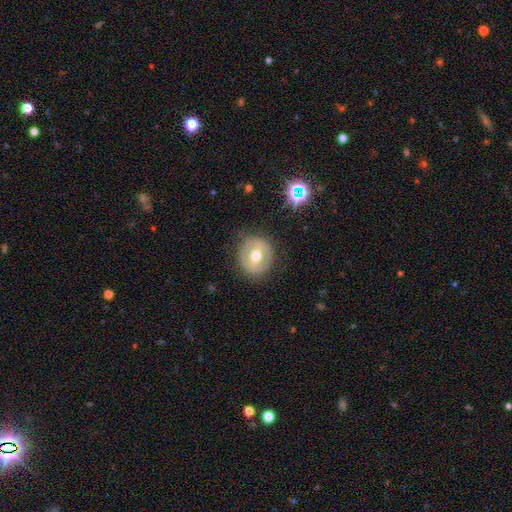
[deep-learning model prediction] Smooth or featured? Predicted: featured or disk (p=0.56). Edge-on disk? Predicted: no (p=0.94). Bar? Predicted: strong (p=0.42). Spiral arms? Predicted: no (p=0.72). Bulge size? Predicted: moderate (p=0.74). Merging? Predicted: none (p=0.82).